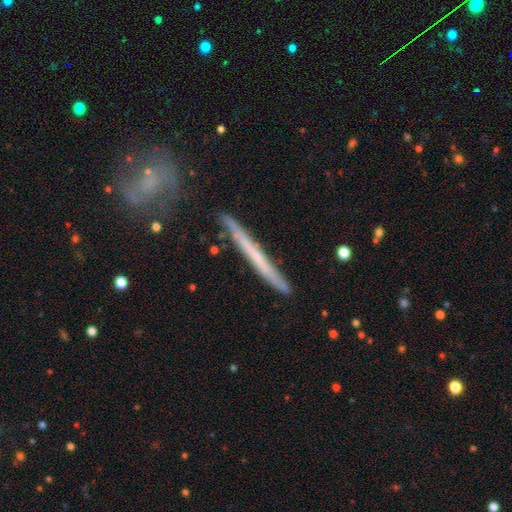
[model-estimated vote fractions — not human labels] Smooth or featured? Predicted: featured or disk (p=0.52). Edge-on disk? Predicted: yes (p=0.95). Merging? Predicted: none (p=0.87).